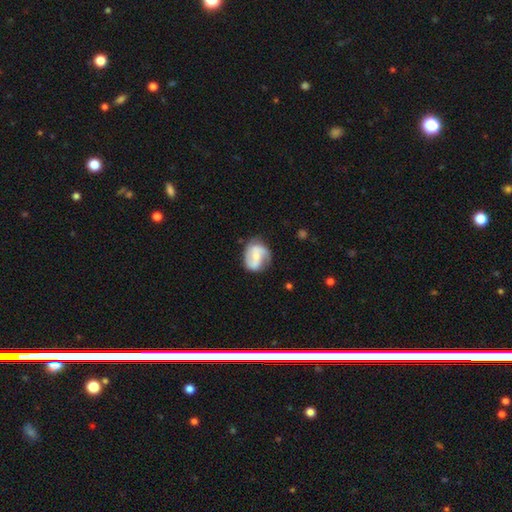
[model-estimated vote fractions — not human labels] A featured or disk galaxy (70%) with a weak bar (41%), 2 (76%) medium (43%) spiral arms (89%) and a small central bulge (54%). Merging: none (62%).